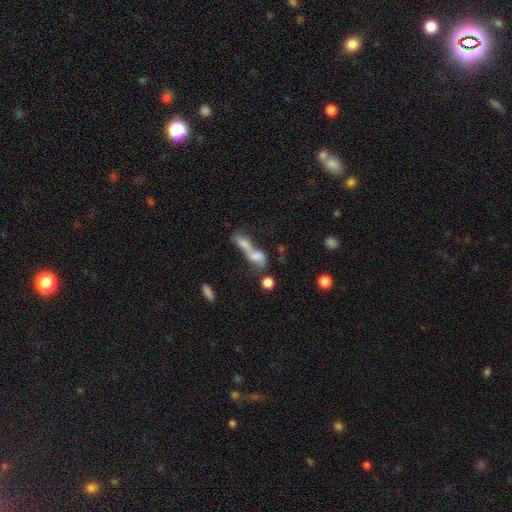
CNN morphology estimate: smooth_or_featured: smooth (p=0.58) [alt: featured or disk p=0.29]
how_rounded: in between (p=0.58) [alt: cigar-shaped p=0.26]
merging: merger (p=0.74) [alt: none p=0.12]